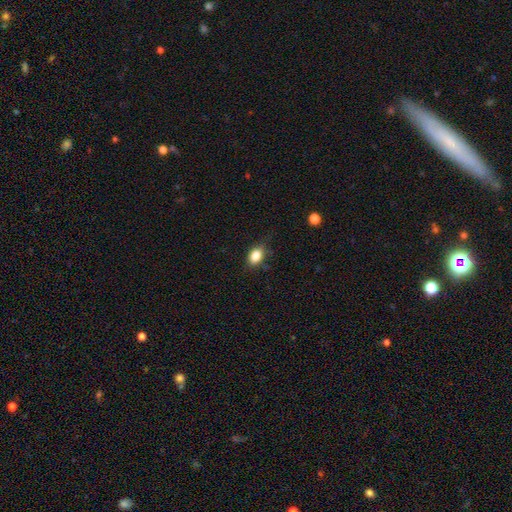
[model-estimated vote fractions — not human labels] Smooth or featured: smooth — 84% (star or artifact — 9%)
How rounded: in between — 80% (round — 18%)
Merging: none — 72% (minor disturbance — 21%)